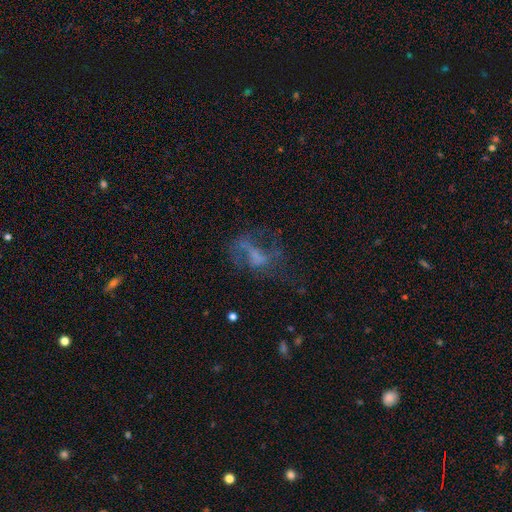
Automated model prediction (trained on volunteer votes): Q: Smooth or featured?
A: featured or disk (51%); runner-up: smooth (29%)
Q: Edge-on disk?
A: no (95%); runner-up: yes (5%)
Q: Merging?
A: major disturbance (39%); tied with: none (39%)